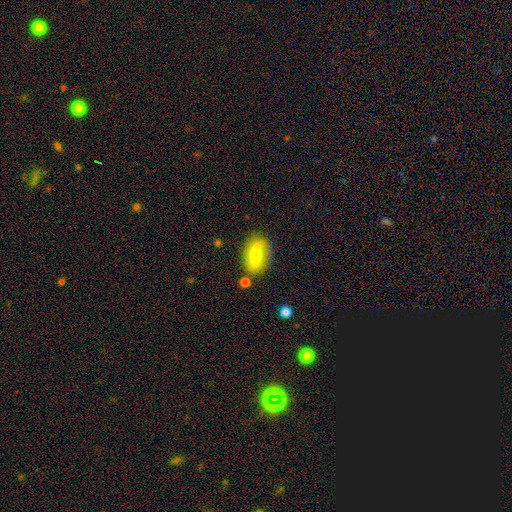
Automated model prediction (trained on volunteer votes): smooth_or_featured: smooth (p=0.48) [alt: featured or disk p=0.45]
merging: none (p=0.72) [alt: minor disturbance p=0.18]